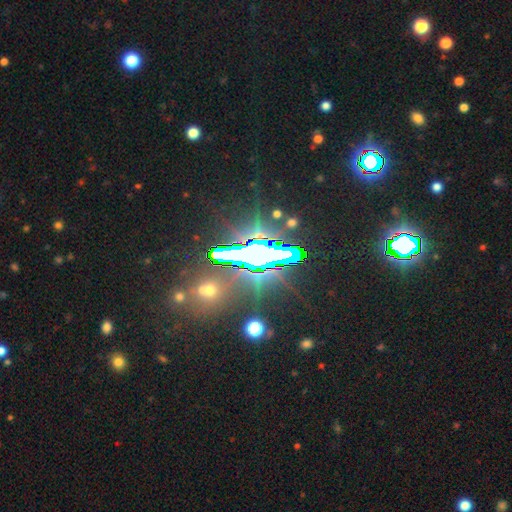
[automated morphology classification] Q: Smooth or featured?
A: star or artifact (78%); runner-up: smooth (11%)